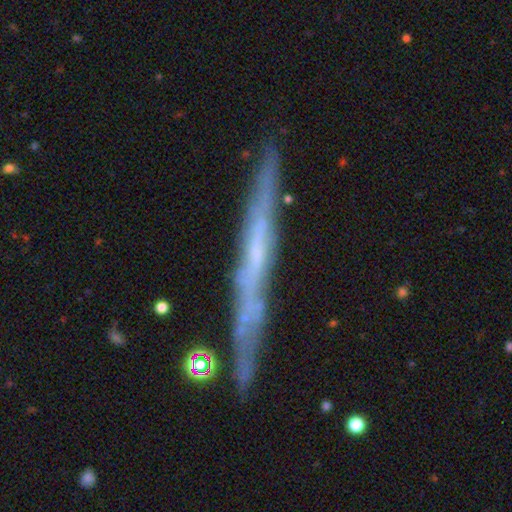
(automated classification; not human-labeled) Morphology: type=featured or disk (68%); edge-on=yes (93%); edge-on bulge=none (81%); merging=none (83%).